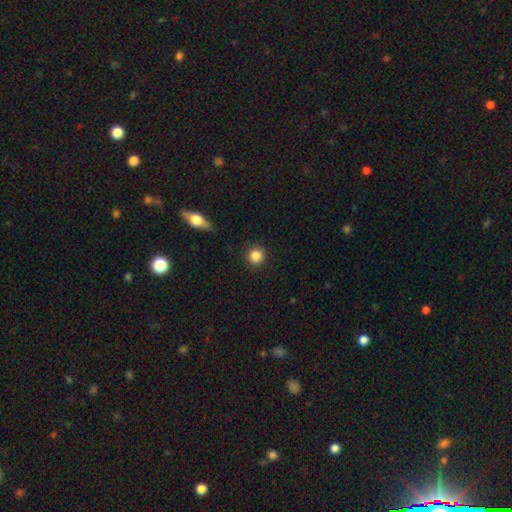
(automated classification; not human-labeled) A smooth galaxy with no disk features (86%) that is round (94%). Merging: none (90%).